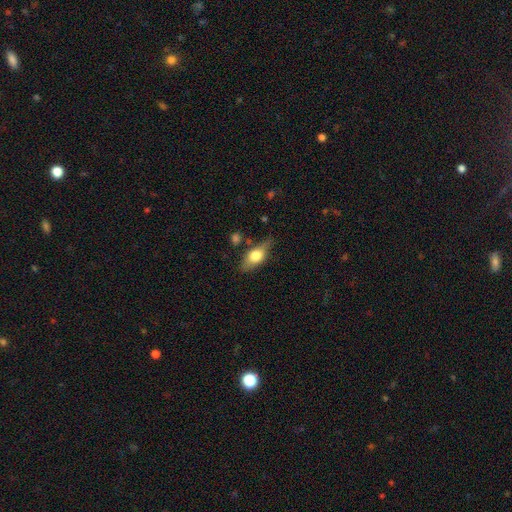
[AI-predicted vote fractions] smooth_or_featured: smooth (p=0.62) [alt: featured or disk p=0.31]
how_rounded: in between (p=0.78) [alt: cigar-shaped p=0.15]
merging: none (p=0.64) [alt: minor disturbance p=0.24]